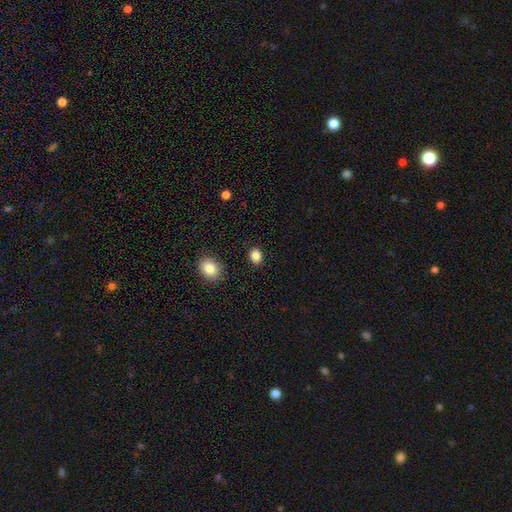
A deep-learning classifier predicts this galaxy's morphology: Smooth or featured? smooth (86%)
How rounded? round (54%)
Merging? none (88%)